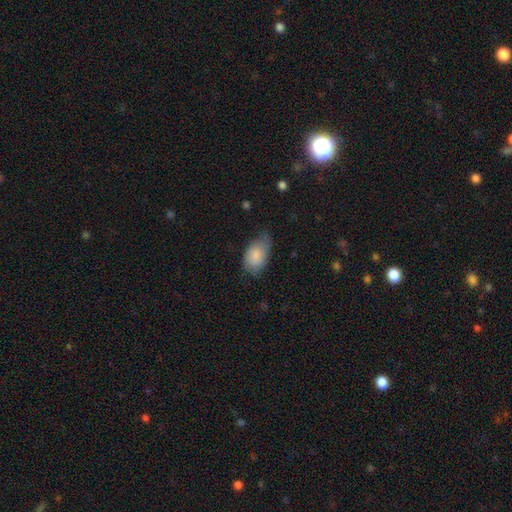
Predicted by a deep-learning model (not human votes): smooth_or_featured: smooth (p=0.80) [alt: featured or disk p=0.14]
how_rounded: in between (p=0.91) [alt: round p=0.07]
merging: none (p=0.45) [alt: minor disturbance p=0.41]